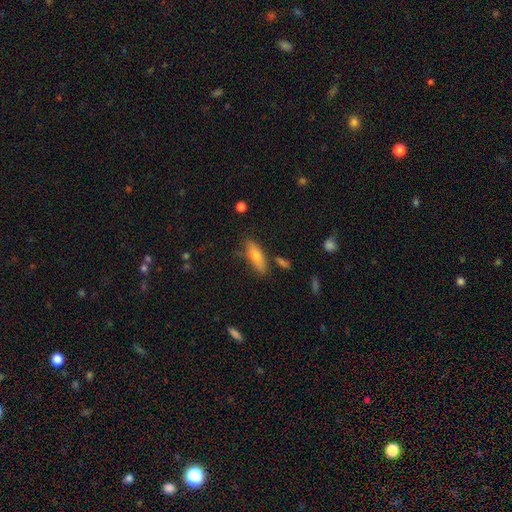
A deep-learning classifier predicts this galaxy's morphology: Smooth or featured? Predicted: smooth (p=0.66). How rounded? Predicted: in between (p=0.52). Merging? Predicted: none (p=0.72).